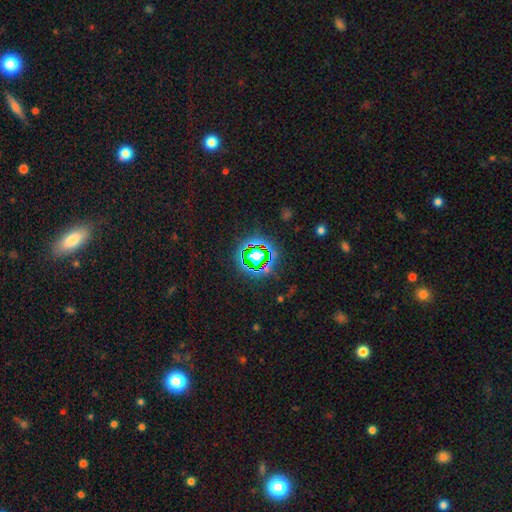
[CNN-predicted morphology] A star or artifact, not a galaxy (70%).